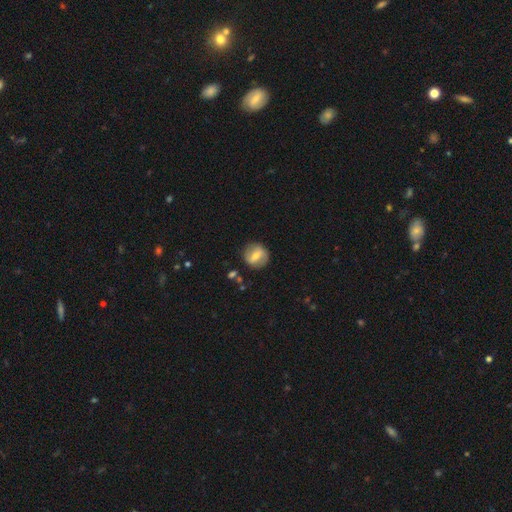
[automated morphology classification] Smooth or featured?
  - smooth: 48% *
  - featured or disk: 45%
  - star or artifact: 8%
Merging?
  - none: 82% *
  - minor disturbance: 12%
  - major disturbance: 4%
  - merger: 2%